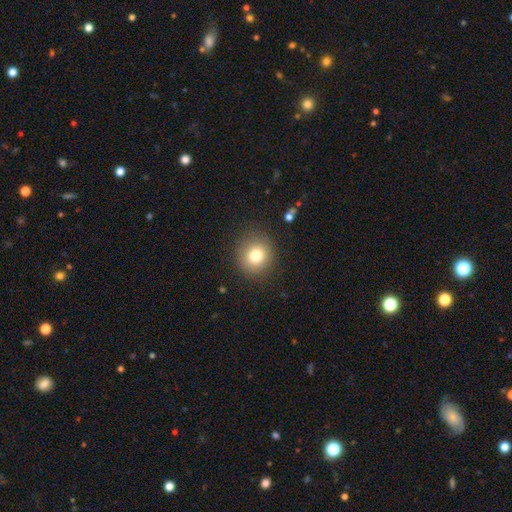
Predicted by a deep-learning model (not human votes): Smooth or featured: smooth — 78% (star or artifact — 12%)
How rounded: round — 89% (in between — 10%)
Merging: none — 87% (minor disturbance — 8%)